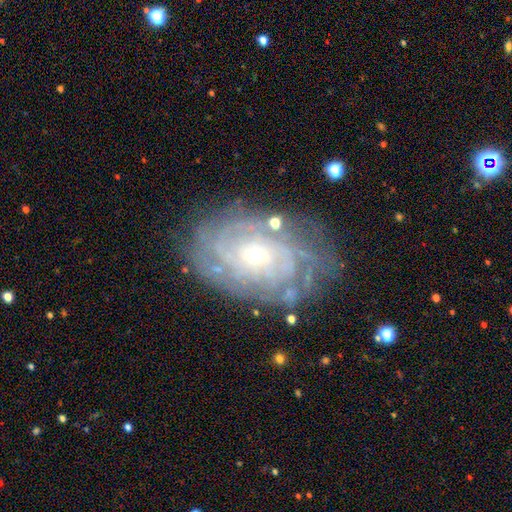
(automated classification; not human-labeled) Q: Smooth or featured?
A: featured or disk (85%); runner-up: smooth (9%)
Q: Edge-on disk?
A: no (96%); runner-up: yes (4%)
Q: Bar?
A: no (74%); runner-up: weak (21%)
Q: Spiral arms?
A: yes (95%); runner-up: no (5%)
Q: Spiral winding?
A: tight (79%); runner-up: medium (17%)
Q: Spiral arm count?
A: can't tell (40%); runner-up: 4 (17%)
Q: Bulge size?
A: small (63%); runner-up: moderate (33%)
Q: Merging?
A: none (74%); runner-up: minor disturbance (17%)